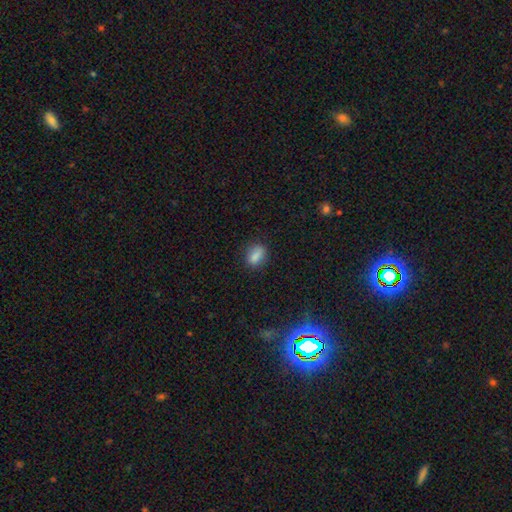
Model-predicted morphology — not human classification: Q: Smooth or featured?
A: smooth (84%); runner-up: star or artifact (10%)
Q: How rounded?
A: in between (74%); runner-up: round (23%)
Q: Merging?
A: none (79%); runner-up: minor disturbance (15%)